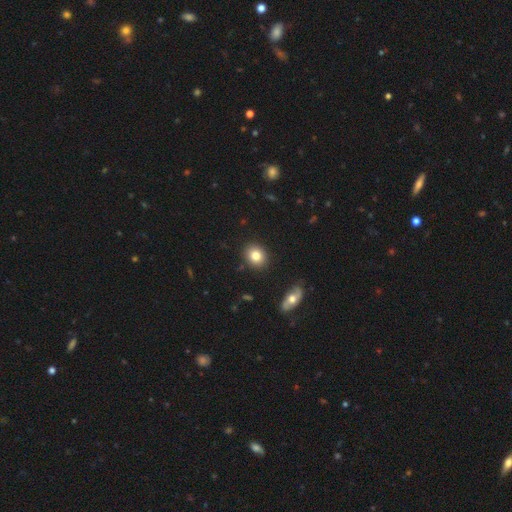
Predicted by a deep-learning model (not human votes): Overall: smooth (82%). How rounded: round (63%; in between 36%). Merging: none (88%).